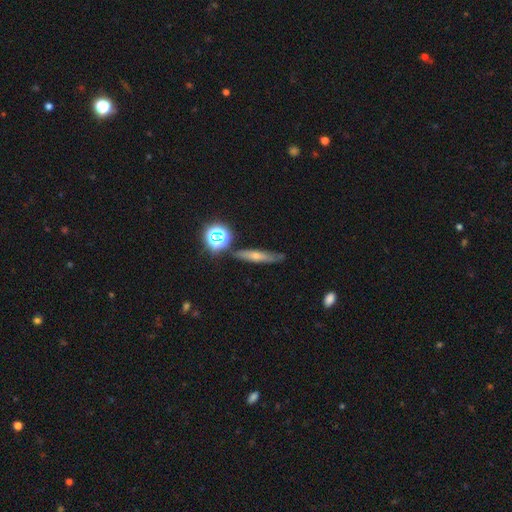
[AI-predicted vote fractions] Smooth or featured? featured or disk (42%)
Merging? none (79%)